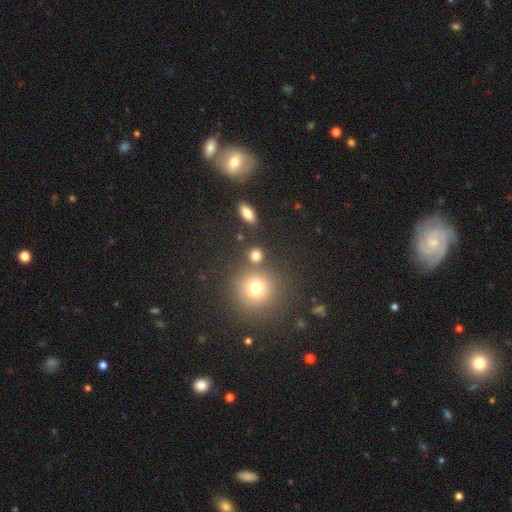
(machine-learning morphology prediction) Overall: smooth (76%). How rounded: round (80%). Merging: none (77%).